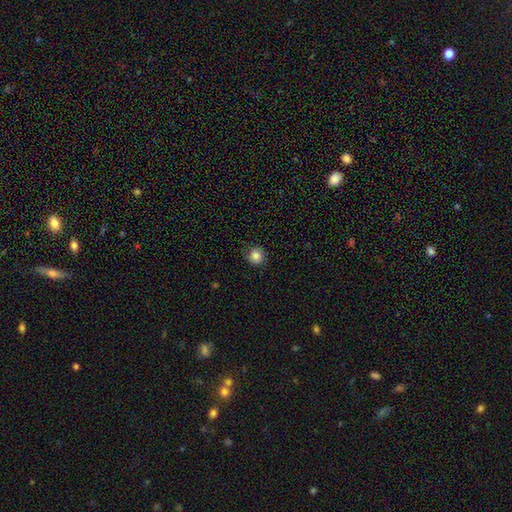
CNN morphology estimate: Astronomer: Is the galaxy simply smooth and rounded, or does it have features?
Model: smooth — 81%.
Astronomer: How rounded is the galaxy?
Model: round — 86%.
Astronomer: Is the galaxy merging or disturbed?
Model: none — 77%.